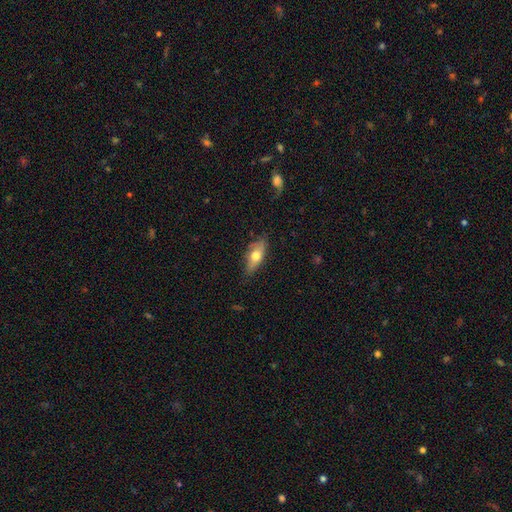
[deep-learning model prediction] Smooth or featured? smooth (62%)
How rounded? in between (74%)
Merging? none (70%)